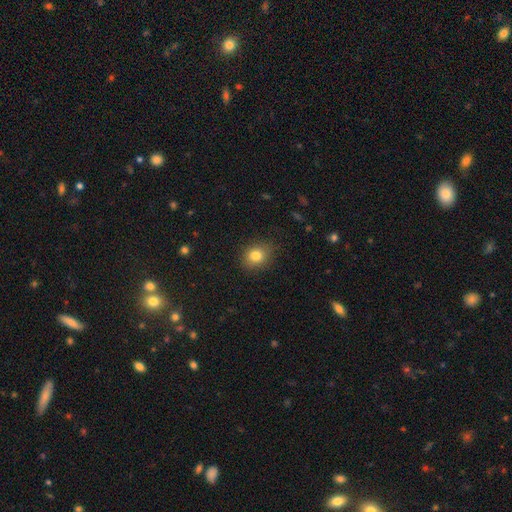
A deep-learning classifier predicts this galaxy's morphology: This appears to be a smooth galaxy with no disk features (80%) that is round (67%). Merging: none (86%).